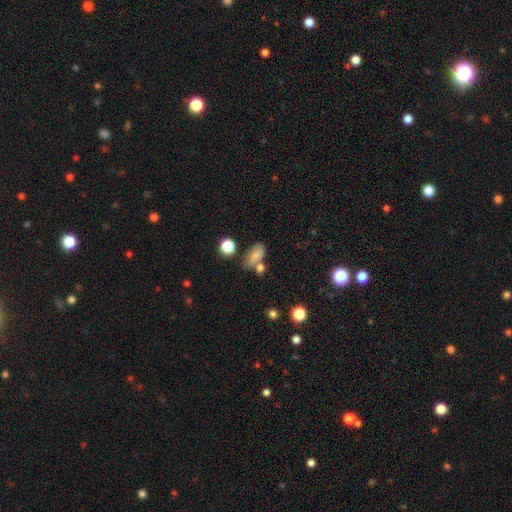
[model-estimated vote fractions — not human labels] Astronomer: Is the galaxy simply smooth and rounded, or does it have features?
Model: smooth — 74%.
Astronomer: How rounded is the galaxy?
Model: in between — 86%.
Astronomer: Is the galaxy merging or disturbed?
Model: none — 46% (runner-up: merger, 27%).